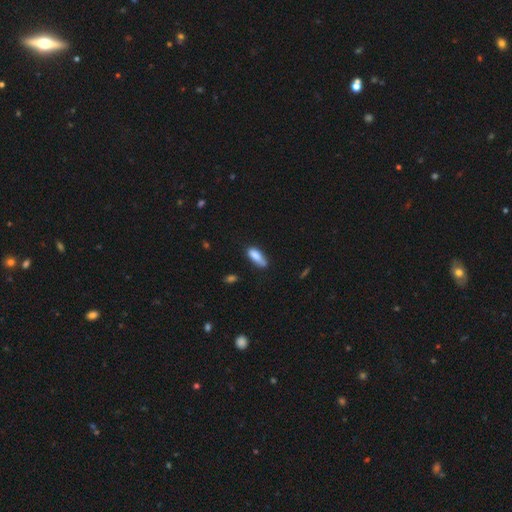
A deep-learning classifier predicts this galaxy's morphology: A smooth galaxy with no disk features (83%) that is in between round and cigar-shaped (65%).

Vote fractions:
- Smooth or featured? smooth: 83% / featured or disk: 10% / star or artifact: 7%
- How rounded? in between: 65% / cigar-shaped: 33% / round: 2%
- Merging? none: 59% / minor disturbance: 31% / major disturbance: 7% / merger: 4%